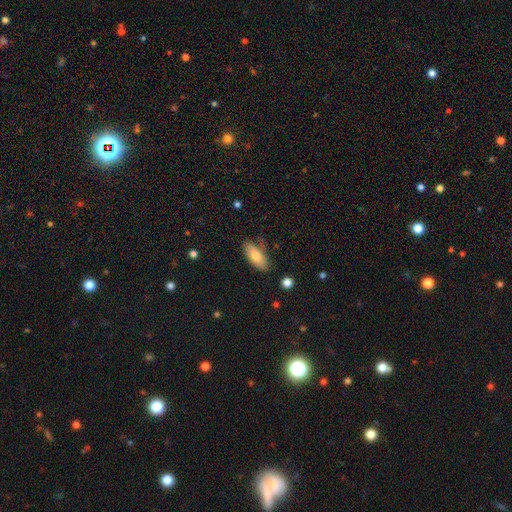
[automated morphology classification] smooth-or-featured: smooth: 73% | featured or disk: 20% | star or artifact: 6%
  how-rounded: in between: 84% | cigar-shaped: 14% | round: 2%
  merging: none: 69% | minor disturbance: 22% | major disturbance: 6% | merger: 3%